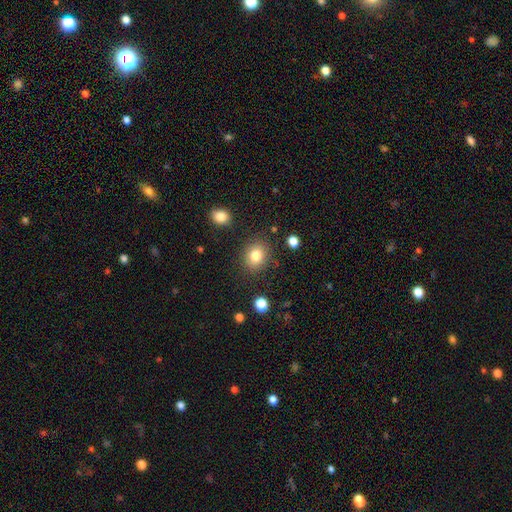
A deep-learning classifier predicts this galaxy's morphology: This is clearly a smooth galaxy (81%). How rounded: possibly round (54%). Merging: clearly none (84%).